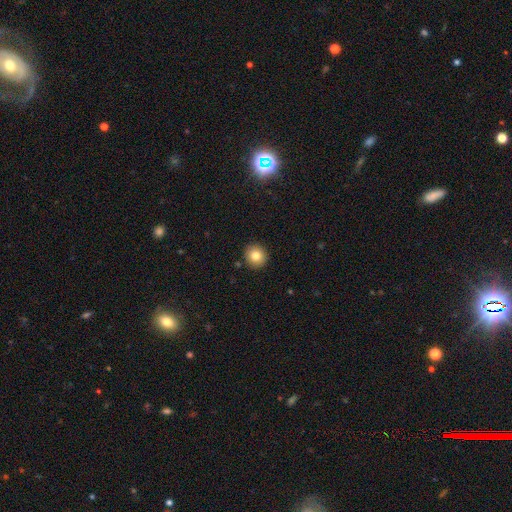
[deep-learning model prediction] Smooth or featured: smooth — 81% (star or artifact — 10%)
How rounded: round — 91% (in between — 8%)
Merging: none — 91% (minor disturbance — 6%)